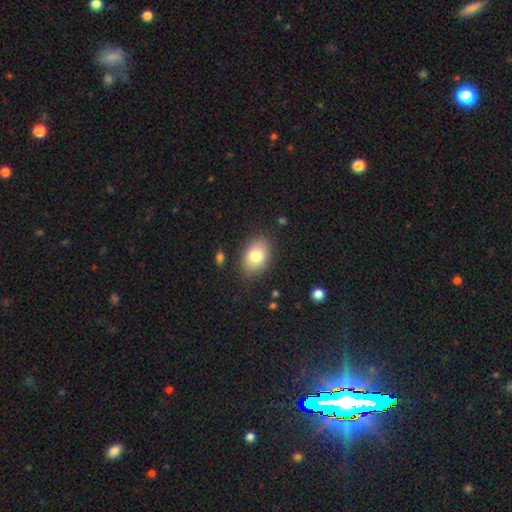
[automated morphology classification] smooth-or-featured: smooth: 80% | featured or disk: 12% | star or artifact: 8%
  how-rounded: in between: 81% | round: 18% | cigar-shaped: 1%
  merging: none: 82% | minor disturbance: 12% | major disturbance: 3% | merger: 2%